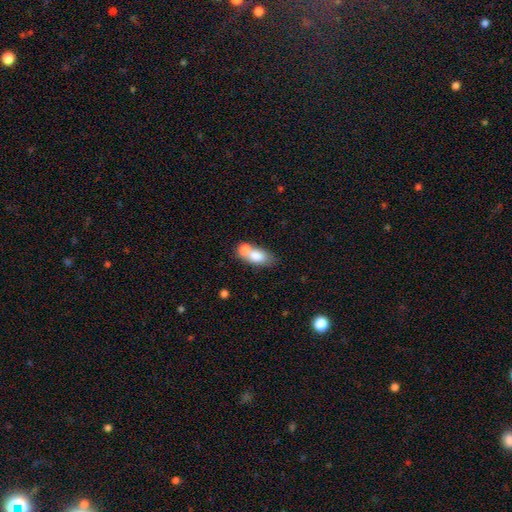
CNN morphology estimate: Smooth or featured?
  - smooth: 76% *
  - featured or disk: 15%
  - star or artifact: 8%
How rounded?
  - in between: 82% *
  - round: 11%
  - cigar-shaped: 7%
Merging?
  - merger: 49% *
  - none: 34%
  - minor disturbance: 11%
  - major disturbance: 6%